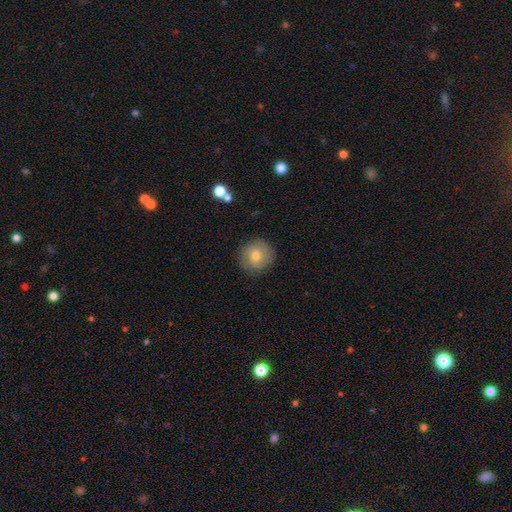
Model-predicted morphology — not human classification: type=smooth (72%); roundness=round (93%); merging=none (86%).